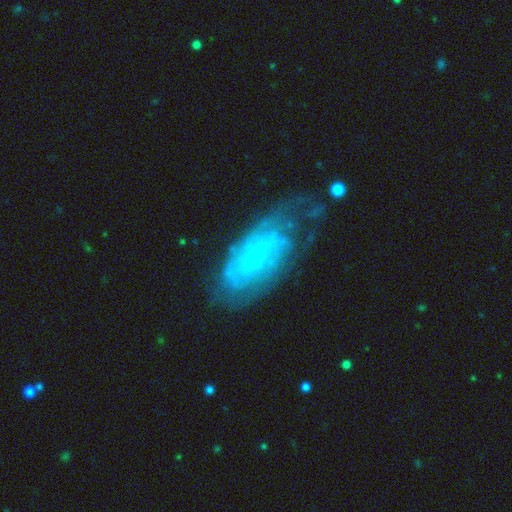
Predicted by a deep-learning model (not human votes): smooth-or-featured: featured or disk: 76% | smooth: 17% | star or artifact: 7%
  disk-edge-on: no: 93% | yes: 7%
    bar: no: 63% | weak: 32% | strong: 5%
    has-spiral-arms: yes: 84% | no: 16%
      spiral-winding: tight: 54% | medium: 33% | loose: 12%
      spiral-arm-count: can't tell: 52% | 2: 24% | 3: 9% | 4: 6% | 1: 5% | more than 4: 4%
    bulge-size: small: 73% | moderate: 16% | none: 9% | large: 1% | dominant: 1%
  merging: none: 54% | minor disturbance: 26% | major disturbance: 17% | merger: 3%